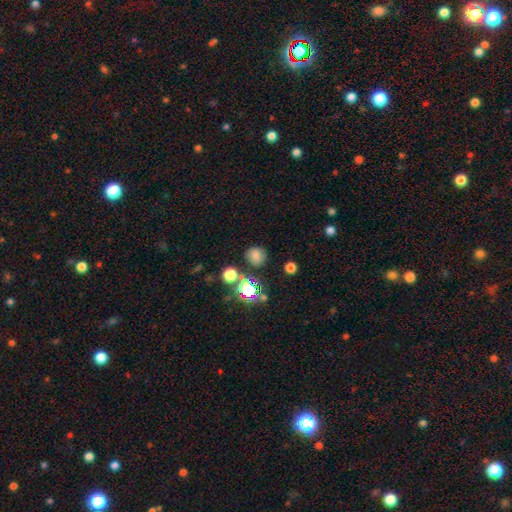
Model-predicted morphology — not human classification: smooth_or_featured: smooth (p=0.71) [alt: star or artifact p=0.21]
how_rounded: round (p=0.88) [alt: in between p=0.11]
merging: none (p=0.79) [alt: minor disturbance p=0.11]